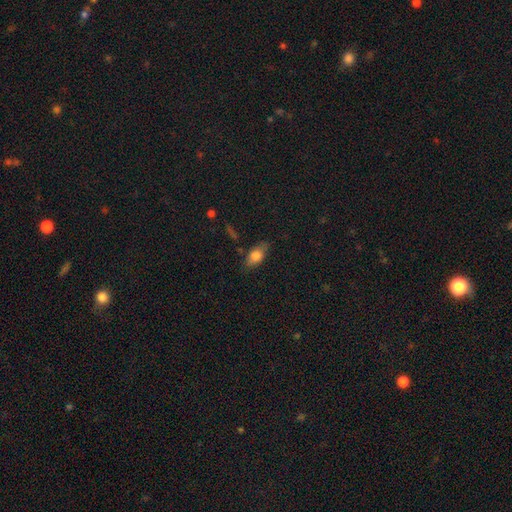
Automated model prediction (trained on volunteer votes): The model was most divided on "smooth or featured": smooth: 74%, featured or disk: 17%, star or artifact: 8%. More confident: how rounded — in between (85%); merging — none (75%).